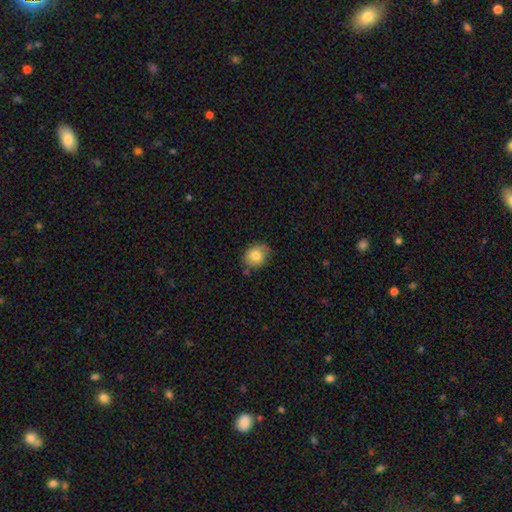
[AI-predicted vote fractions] This is likely a smooth galaxy (80%). How rounded: possibly round (57%). Merging: likely none (75%).